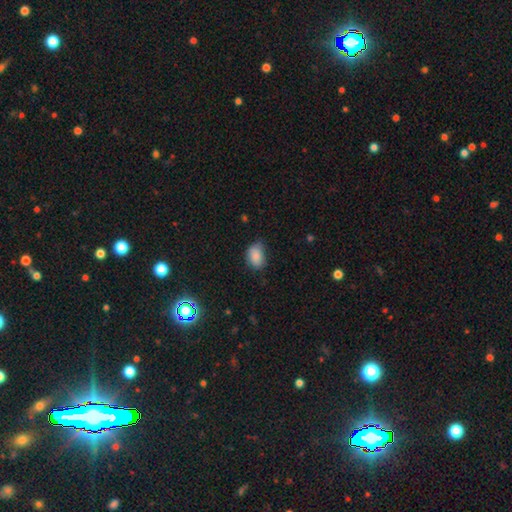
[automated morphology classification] Smooth or featured? Predicted: smooth (p=0.85). How rounded? Predicted: in between (p=0.80). Merging? Predicted: none (p=0.59).